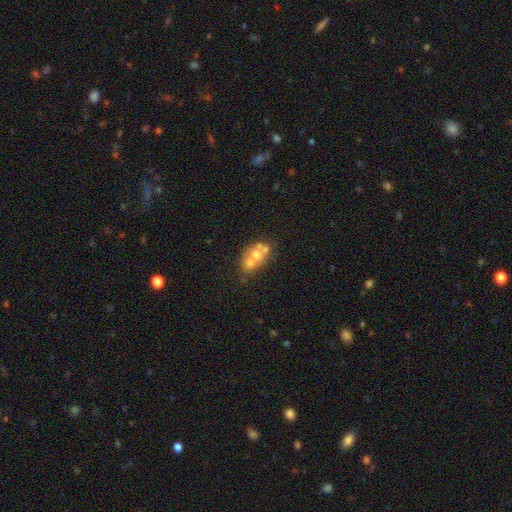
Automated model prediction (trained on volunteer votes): Smooth or featured?
  - smooth: 48% *
  - featured or disk: 39%
  - star or artifact: 13%
Merging?
  - merger: 57% *
  - none: 29%
  - minor disturbance: 9%
  - major disturbance: 6%